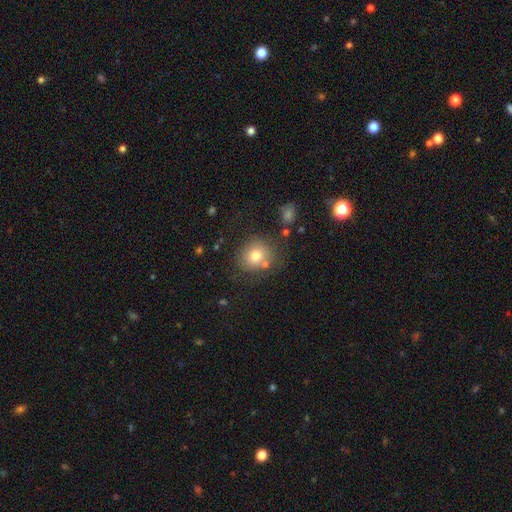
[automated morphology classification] smooth-or-featured: smooth: 76% | star or artifact: 12% | featured or disk: 12%
  how-rounded: round: 80% | in between: 20% | cigar-shaped: 1%
  merging: none: 72% | minor disturbance: 13% | merger: 9% | major disturbance: 5%